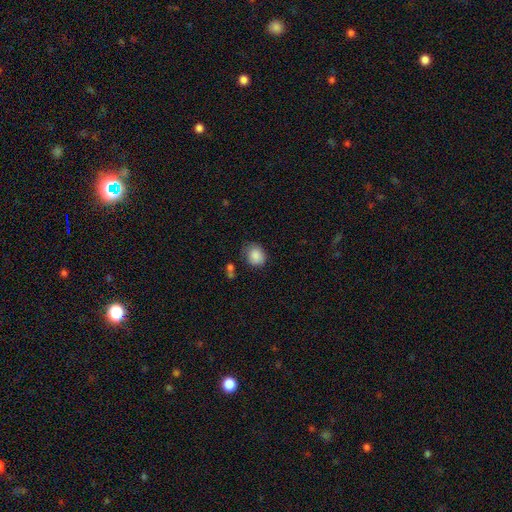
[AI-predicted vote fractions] Smooth or featured?
  - smooth: 86% *
  - star or artifact: 8%
  - featured or disk: 6%
How rounded?
  - round: 56% *
  - in between: 43%
  - cigar-shaped: 1%
Merging?
  - none: 65% *
  - minor disturbance: 25%
  - major disturbance: 6%
  - merger: 3%